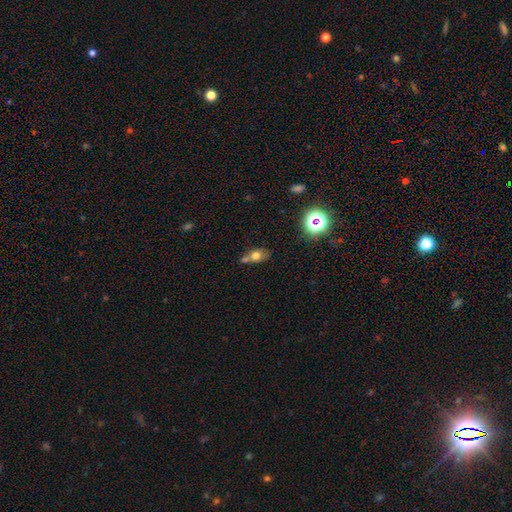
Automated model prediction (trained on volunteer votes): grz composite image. It shows a smooth galaxy with no disk features (68%) that is in between round and cigar-shaped (57%). Merging: merger (41%).